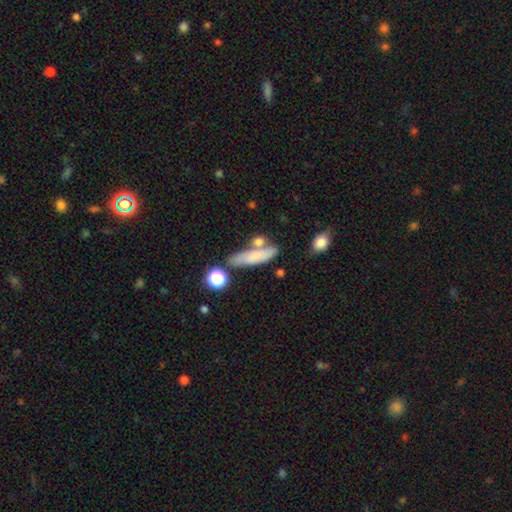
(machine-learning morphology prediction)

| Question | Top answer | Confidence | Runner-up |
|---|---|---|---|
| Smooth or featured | smooth | 72% | featured or disk (19%) |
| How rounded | cigar-shaped | 65% | in between (32%) |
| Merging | none | 62% | minor disturbance (17%) |